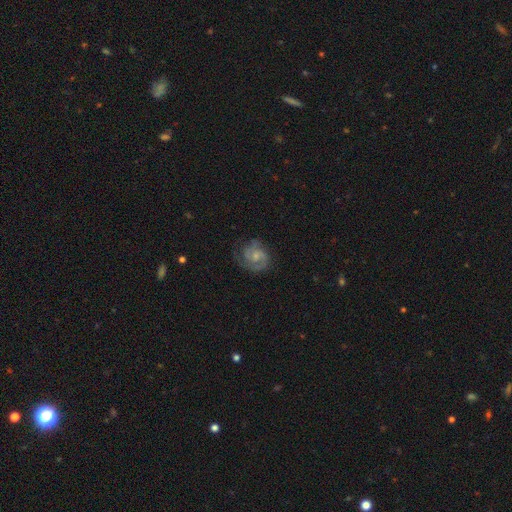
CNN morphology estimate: Smooth or featured? Predicted: featured or disk (p=0.80). Edge-on disk? Predicted: no (p=0.98). Bar? Predicted: no (p=0.62). Spiral arms? Predicted: yes (p=0.95). Spiral winding? Predicted: tight (p=0.47). Spiral arm count? Predicted: 2 (p=0.68). Bulge size? Predicted: small (p=0.56). Merging? Predicted: none (p=0.66).